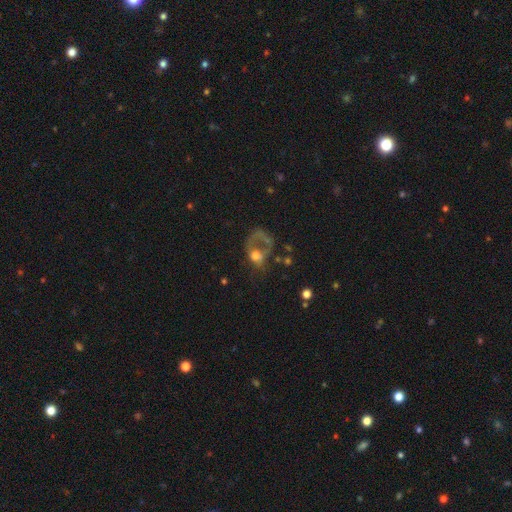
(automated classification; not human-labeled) Smooth or featured? Predicted: featured or disk (p=0.46). Merging? Predicted: major disturbance (p=0.60).